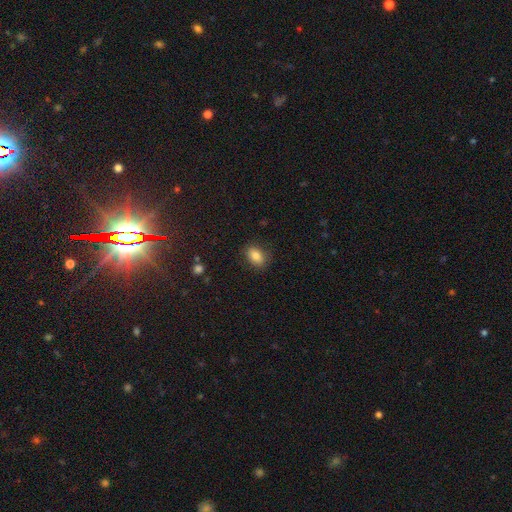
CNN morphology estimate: The model was most divided on "how rounded": in between: 83%, round: 15%, cigar-shaped: 2%. More confident: smooth or featured — smooth (85%); merging — none (85%).